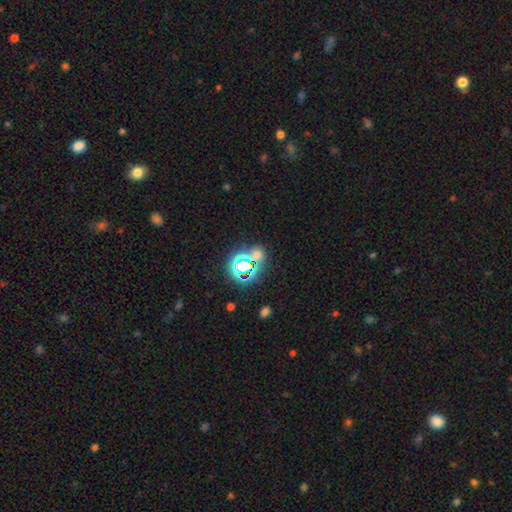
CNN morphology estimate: A star or artifact, not a galaxy (54%).

Vote fractions:
- Smooth or featured? star or artifact: 54% / smooth: 37% / featured or disk: 8%